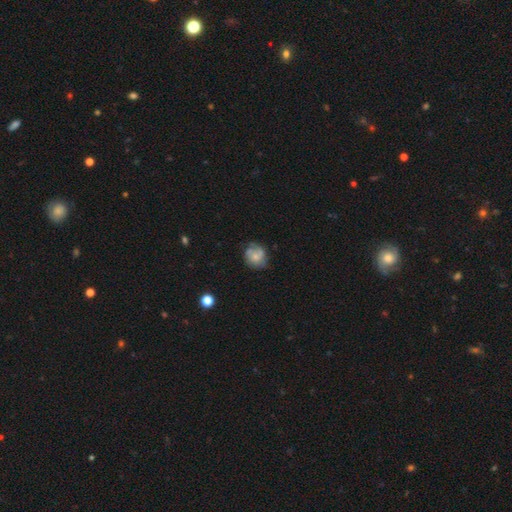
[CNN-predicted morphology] A featured or disk galaxy (46%).

Vote fractions:
- Smooth or featured? featured or disk: 46% / smooth: 45% / star or artifact: 9%
- Merging? none: 56% / minor disturbance: 26% / major disturbance: 13% / merger: 5%